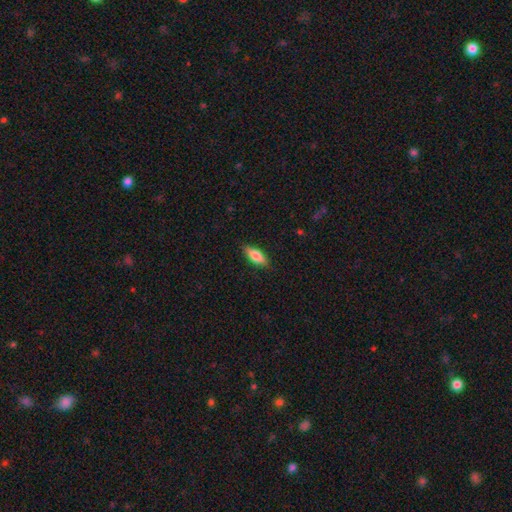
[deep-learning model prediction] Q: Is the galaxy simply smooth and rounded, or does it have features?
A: smooth — 76%.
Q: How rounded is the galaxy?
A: in between — 73%.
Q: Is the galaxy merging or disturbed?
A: none — 87%.